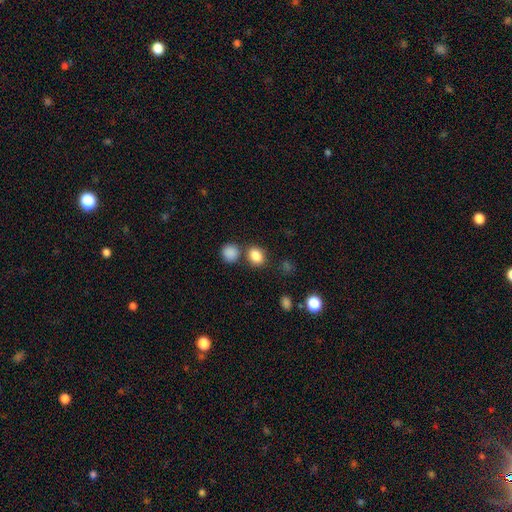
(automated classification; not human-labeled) A smooth galaxy with no disk features (84%) that is round (53%).

Vote fractions:
- Smooth or featured? smooth: 84% / star or artifact: 11% / featured or disk: 5%
- How rounded? round: 53% / in between: 46% / cigar-shaped: 1%
- Merging? none: 69% / merger: 17% / minor disturbance: 11% / major disturbance: 4%